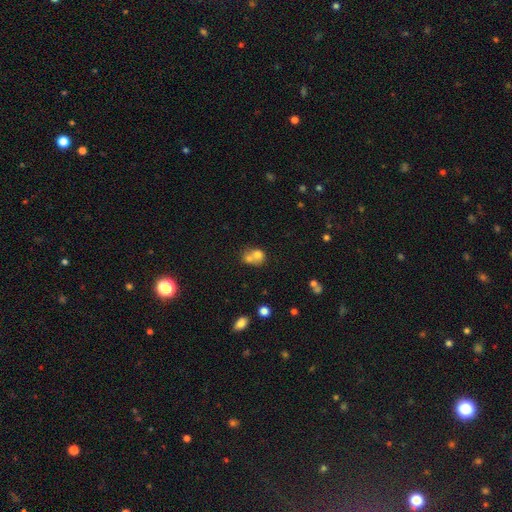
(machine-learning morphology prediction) Smooth or featured? smooth (70%)
How rounded? round (64%)
Merging? merger (64%)